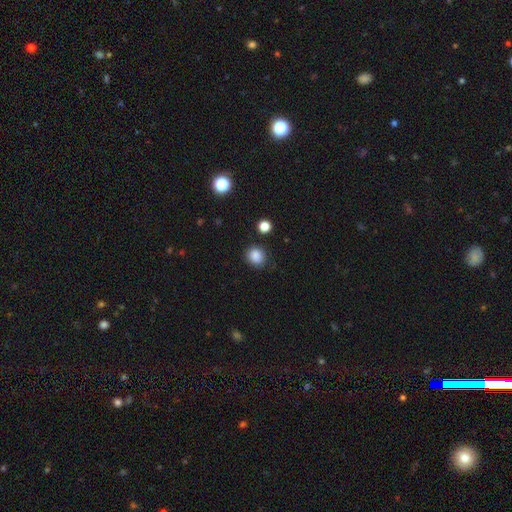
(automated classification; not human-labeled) Smooth or featured: smooth — 86% (star or artifact — 11%)
How rounded: round — 78% (in between — 21%)
Merging: none — 83% (minor disturbance — 11%)